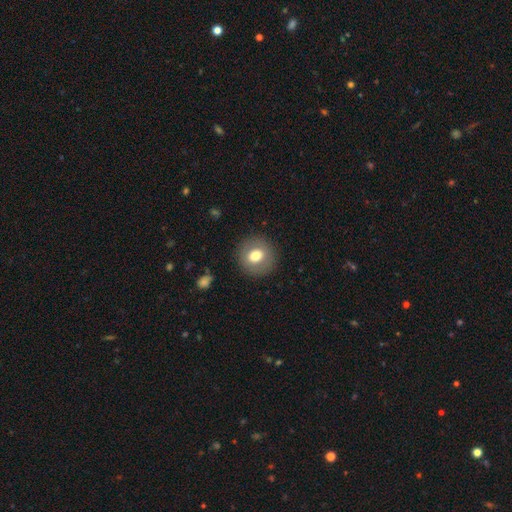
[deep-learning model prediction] Q: Smooth or featured?
A: smooth (73%); runner-up: featured or disk (18%)
Q: How rounded?
A: round (89%); runner-up: in between (11%)
Q: Merging?
A: none (89%); runner-up: minor disturbance (7%)